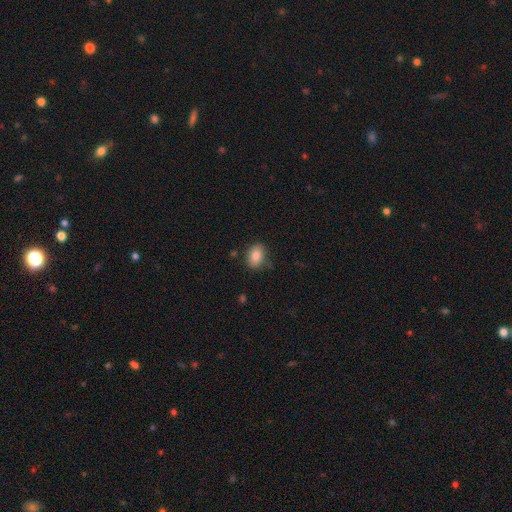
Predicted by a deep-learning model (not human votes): Smooth or featured: smooth — 85% (star or artifact — 8%)
How rounded: in between — 73% (round — 26%)
Merging: none — 77% (minor disturbance — 17%)